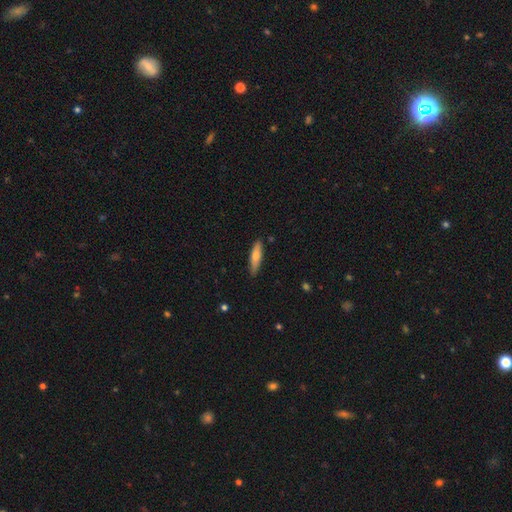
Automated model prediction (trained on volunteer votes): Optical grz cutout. It shows a smooth galaxy with no disk features (66%) that is cigar-shaped (71%). Merging: none (86%).